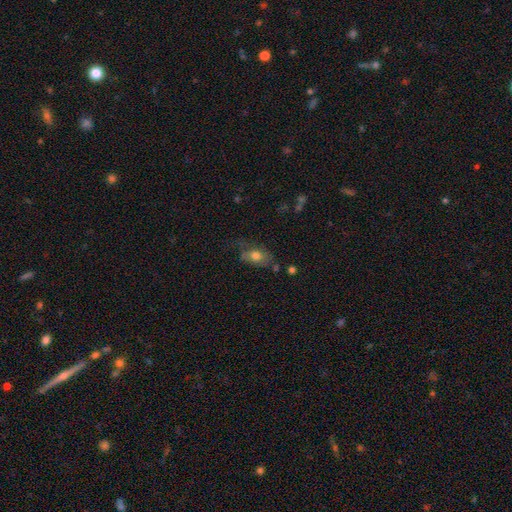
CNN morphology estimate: Smooth or featured: smooth — 69% (featured or disk — 22%)
How rounded: in between — 82% (round — 13%)
Merging: none — 50% (minor disturbance — 29%)